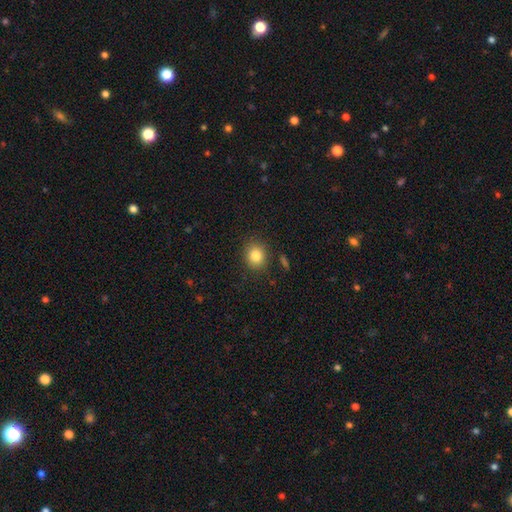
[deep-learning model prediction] smooth 84%, star or artifact 10%, featured or disk 6%. Down the decision tree: how rounded — round (69%); merging — none (86%).